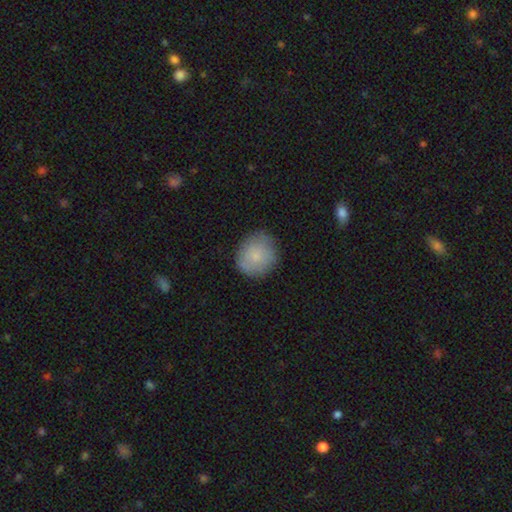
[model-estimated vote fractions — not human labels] Morphology: type=smooth (81%); roundness=round (82%); merging=none (80%).